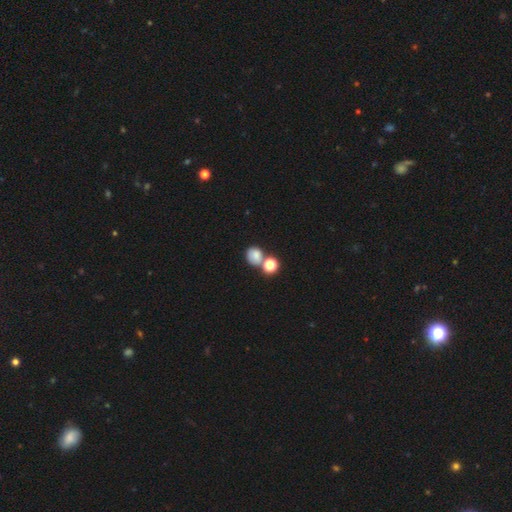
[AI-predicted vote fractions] The model was most divided on "merging": none: 45%, merger: 39%, minor disturbance: 11%, major disturbance: 5%. More confident: smooth or featured — smooth (76%); how rounded — round (70%).